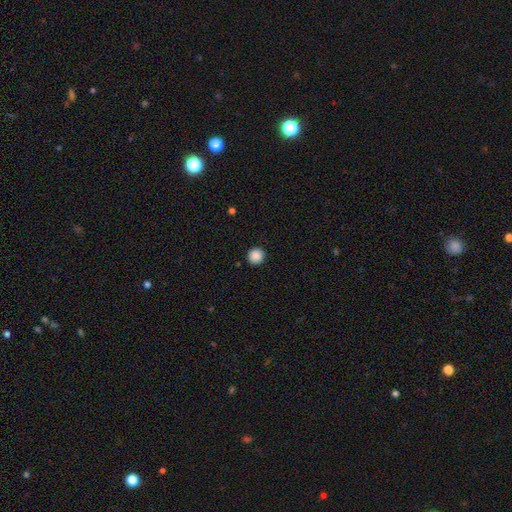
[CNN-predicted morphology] This appears to be a smooth galaxy with no disk features (88%) that is round (95%). Merging: none (92%).